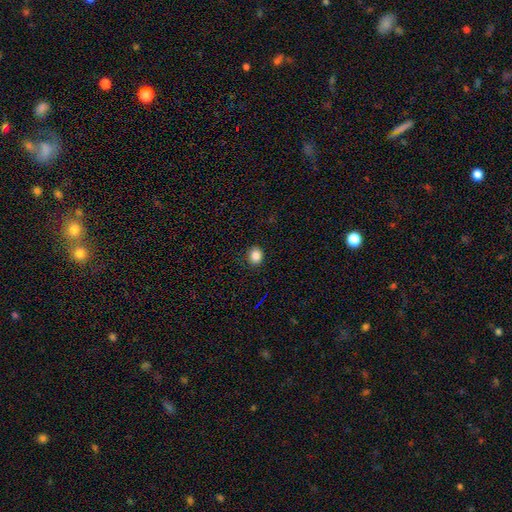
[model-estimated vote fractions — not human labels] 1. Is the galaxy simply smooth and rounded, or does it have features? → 84% smooth, 11% star or artifact, 5% featured or disk.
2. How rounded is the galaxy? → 71% round, 28% in between, 1% cigar-shaped.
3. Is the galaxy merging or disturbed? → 89% none, 8% minor disturbance, 2% major disturbance, 1% merger.